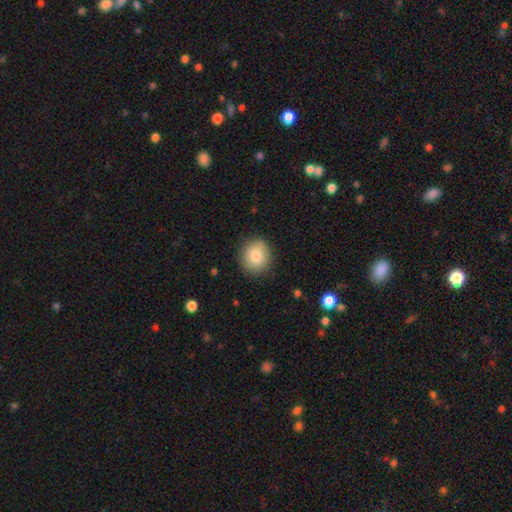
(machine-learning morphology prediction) Overall: smooth (83%). How rounded: round (84%). Merging: none (87%).